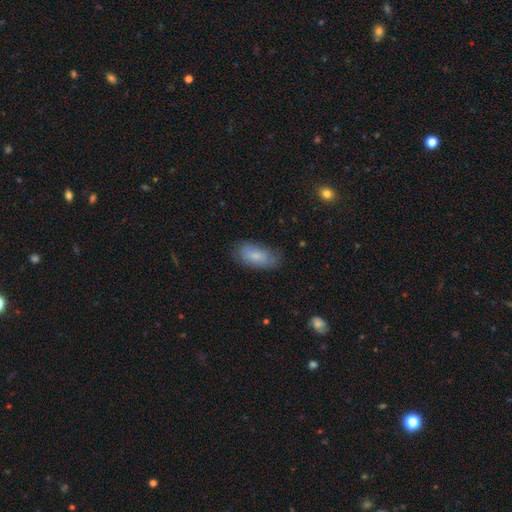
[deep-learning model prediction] This is likely a smooth galaxy (79%). How rounded: clearly in between (89%). Merging: likely none (72%).